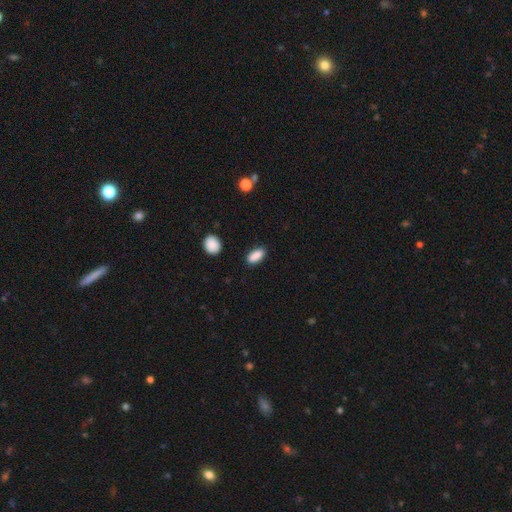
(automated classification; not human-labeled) Morphology: type=smooth (88%); roundness=in between (86%); merging=none (86%).